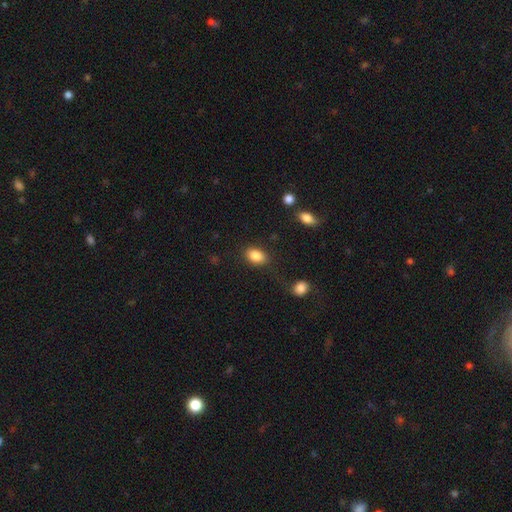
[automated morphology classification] Smooth or featured: smooth — 85% (star or artifact — 8%)
How rounded: in between — 80% (round — 19%)
Merging: none — 83% (minor disturbance — 11%)